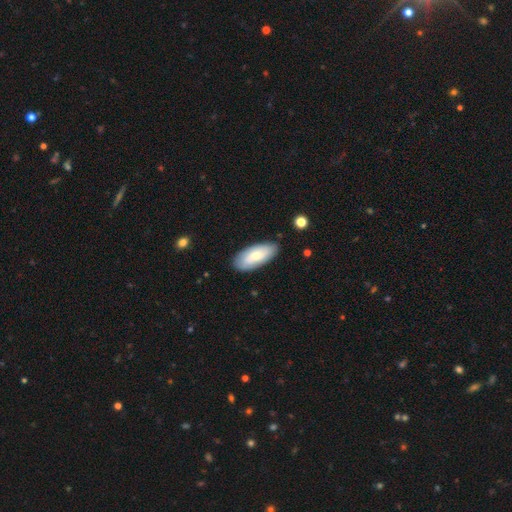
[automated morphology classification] Smooth or featured? smooth (67%)
How rounded? in between (88%)
Merging? none (84%)